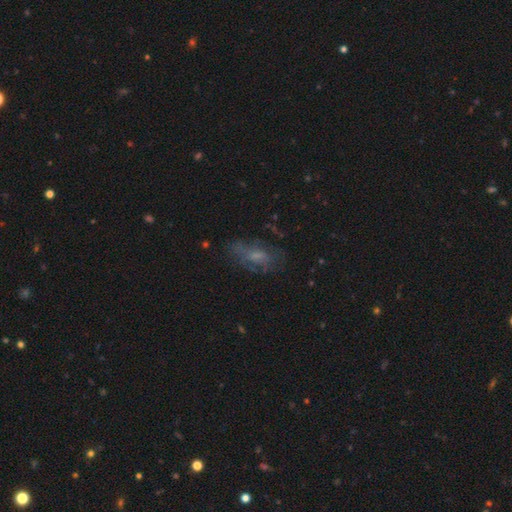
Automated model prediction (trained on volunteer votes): A featured or disk galaxy (43%). Merging: none (57%).